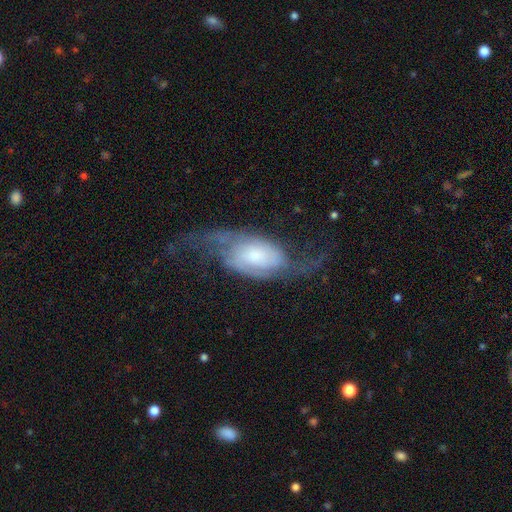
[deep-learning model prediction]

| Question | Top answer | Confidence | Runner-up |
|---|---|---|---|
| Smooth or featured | featured or disk | 79% | smooth (15%) |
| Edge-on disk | no | 93% | yes (7%) |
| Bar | no | 64% | weak (28%) |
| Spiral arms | yes | 92% | no (8%) |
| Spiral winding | loose | 54% | medium (33%) |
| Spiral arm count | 2 | 86% | can't tell (6%) |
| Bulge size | small | 31% | moderate (29%) |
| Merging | none | 49% | major disturbance (28%) |